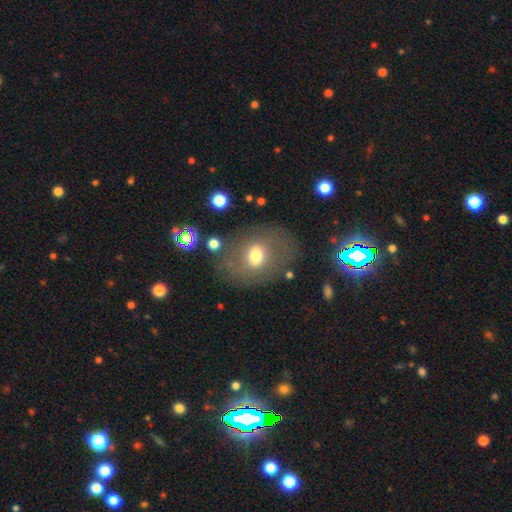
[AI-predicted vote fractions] Overall: smooth (56%; featured or disk 32%). How rounded: in between (60%; round 38%). Merging: none (72%).